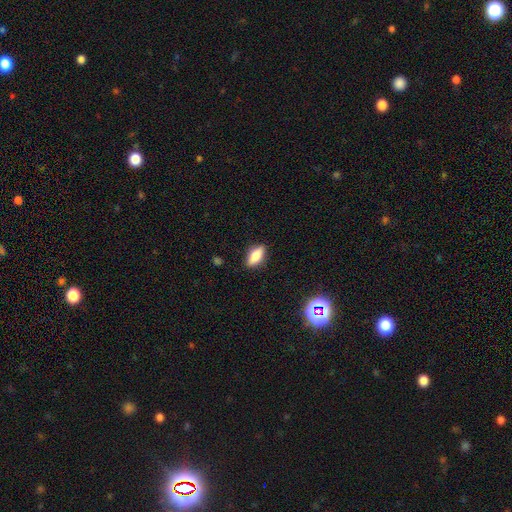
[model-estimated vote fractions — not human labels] Smooth or featured?
  - smooth: 74% *
  - featured or disk: 18%
  - star or artifact: 9%
How rounded?
  - in between: 77% *
  - cigar-shaped: 19%
  - round: 4%
Merging?
  - none: 85% *
  - minor disturbance: 11%
  - major disturbance: 2%
  - merger: 1%